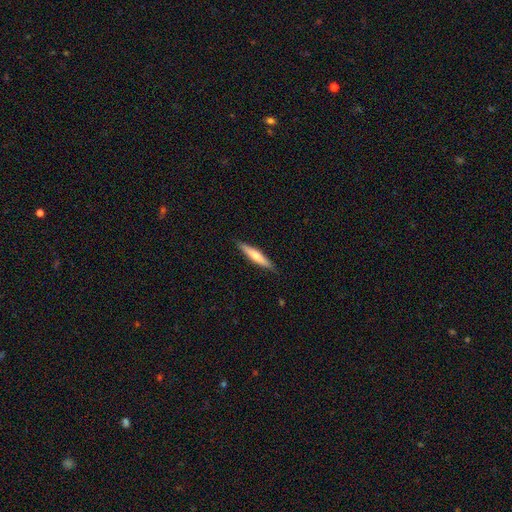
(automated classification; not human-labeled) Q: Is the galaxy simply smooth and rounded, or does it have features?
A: smooth — 53%.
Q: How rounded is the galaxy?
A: cigar-shaped — 90%.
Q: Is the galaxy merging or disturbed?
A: none — 88%.